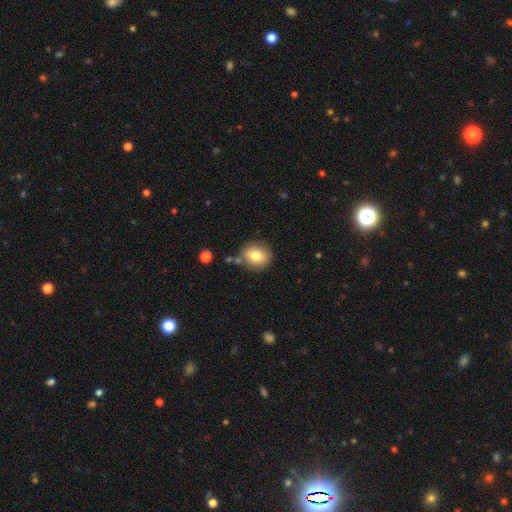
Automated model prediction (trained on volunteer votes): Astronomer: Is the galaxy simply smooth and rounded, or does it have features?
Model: smooth — 78%.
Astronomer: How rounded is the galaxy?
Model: round — 76%.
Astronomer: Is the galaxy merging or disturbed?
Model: none — 78%.